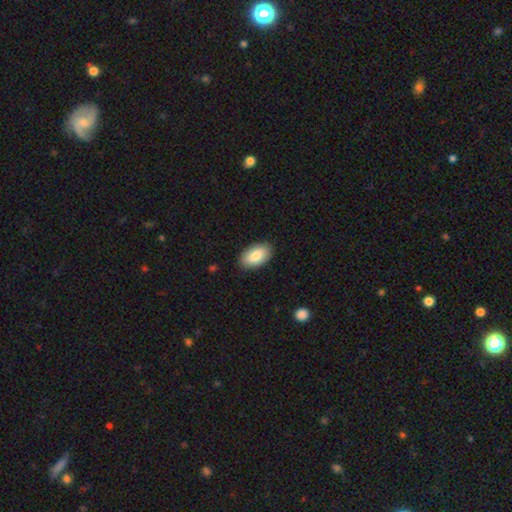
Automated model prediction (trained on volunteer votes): The model was most divided on "smooth or featured": smooth: 83%, featured or disk: 11%, star or artifact: 6%. More confident: how rounded — in between (95%); merging — none (88%).